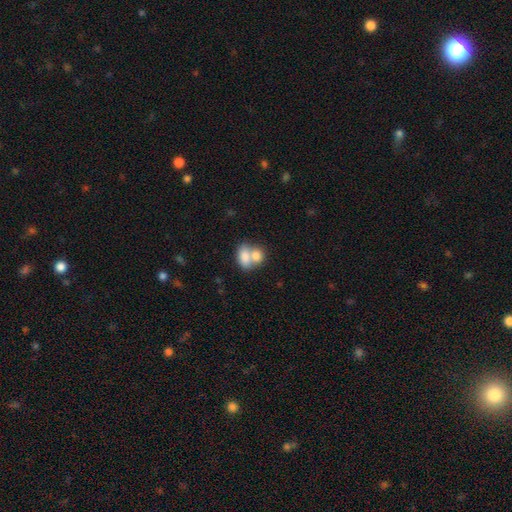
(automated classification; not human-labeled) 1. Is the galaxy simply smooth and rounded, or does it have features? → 77% smooth, 15% featured or disk, 8% star or artifact.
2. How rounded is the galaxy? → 73% in between, 26% round, 2% cigar-shaped.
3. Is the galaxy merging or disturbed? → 69% merger, 21% none, 6% minor disturbance, 4% major disturbance.